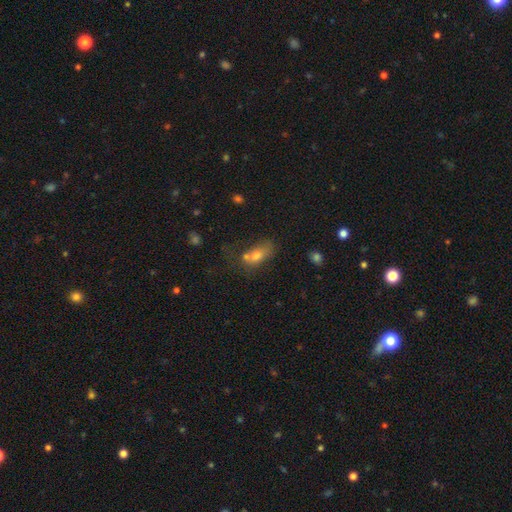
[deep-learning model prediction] Smooth or featured: smooth — 67% (featured or disk — 19%)
How rounded: in between — 74% (round — 18%)
Merging: merger — 39% (none — 31%)